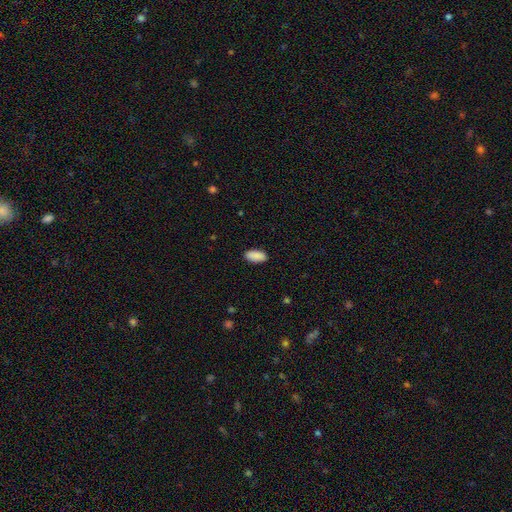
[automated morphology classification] A smooth galaxy with no disk features (91%) that is in between round and cigar-shaped (91%).

Vote fractions:
- Smooth or featured? smooth: 91% / star or artifact: 6% / featured or disk: 3%
- How rounded? in between: 91% / cigar-shaped: 7% / round: 2%
- Merging? none: 89% / minor disturbance: 8% / major disturbance: 2% / merger: 1%